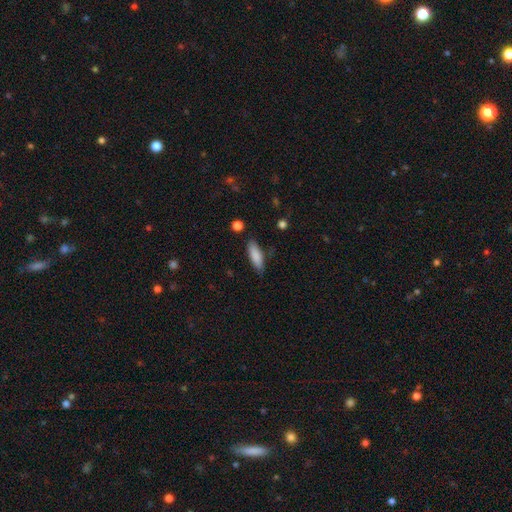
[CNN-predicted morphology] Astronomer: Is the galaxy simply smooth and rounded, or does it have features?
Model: smooth — 85%.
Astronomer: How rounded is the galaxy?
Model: in between — 58% (runner-up: cigar-shaped, 40%).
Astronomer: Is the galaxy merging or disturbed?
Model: none — 79%.